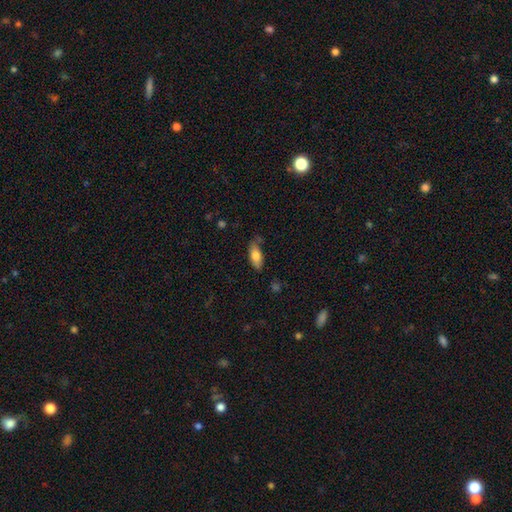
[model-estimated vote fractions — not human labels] Smooth or featured? Predicted: smooth (p=0.77). How rounded? Predicted: in between (p=0.78). Merging? Predicted: none (p=0.71).